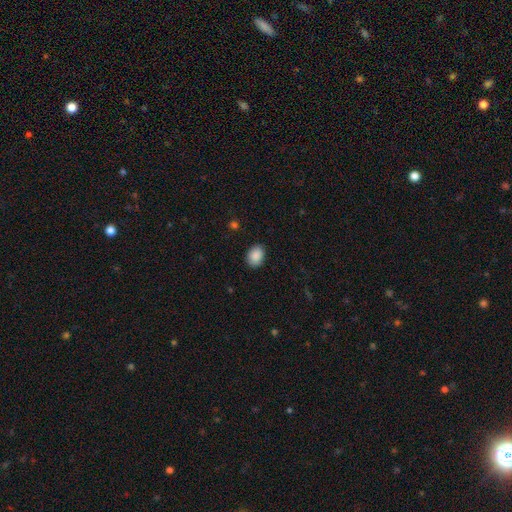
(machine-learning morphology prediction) A smooth galaxy with no disk features (89%) that is in between round and cigar-shaped (69%). Merging: none (87%).